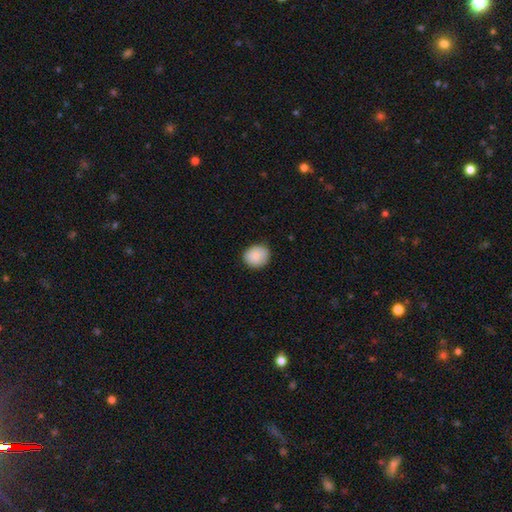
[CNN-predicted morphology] smooth 87%, star or artifact 7%, featured or disk 6%. Down the decision tree: how rounded — round (80%); merging — none (85%).